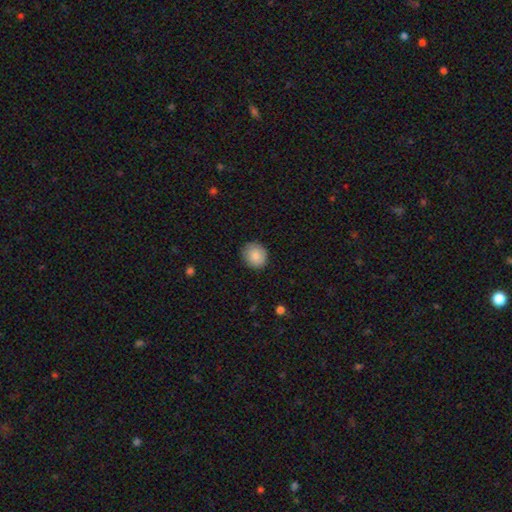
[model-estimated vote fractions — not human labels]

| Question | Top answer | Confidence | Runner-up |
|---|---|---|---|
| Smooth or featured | smooth | 86% | star or artifact (8%) |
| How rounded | round | 81% | in between (18%) |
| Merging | none | 87% | minor disturbance (10%) |